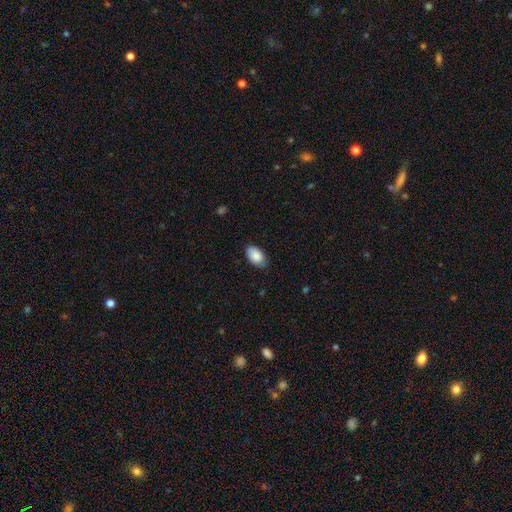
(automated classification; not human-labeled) Overall: smooth (87%). How rounded: in between (94%). Merging: none (79%).